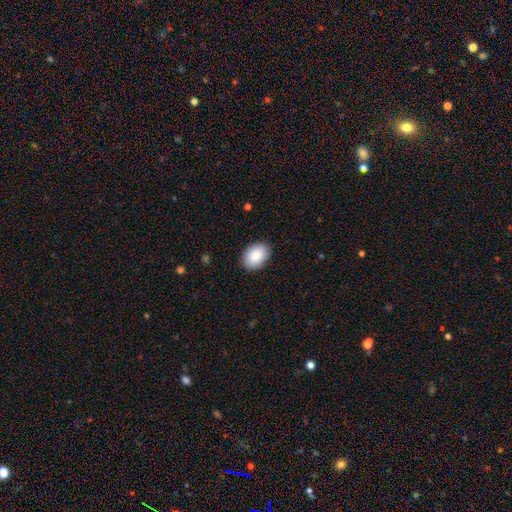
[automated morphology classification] Smooth or featured?
  - smooth: 88% *
  - star or artifact: 6%
  - featured or disk: 6%
How rounded?
  - in between: 82% *
  - round: 17%
  - cigar-shaped: 1%
Merging?
  - none: 89% *
  - minor disturbance: 9%
  - major disturbance: 2%
  - merger: 1%